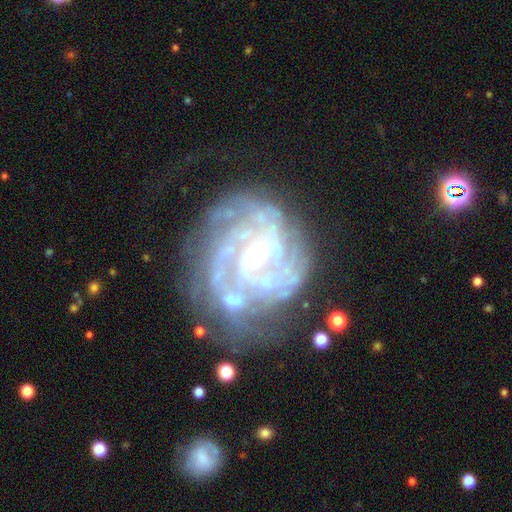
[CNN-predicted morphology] The model was most divided on "spiral arm count": can't tell: 27%, 4: 22%, 3: 20%, 2: 14%, more than 4: 11%, 1: 6%. More confident: edge-on disk — no (98%); spiral arms — yes (96%); smooth or featured — featured or disk (88%); bulge size — small (78%); spiral winding — tight (69%); bar — no (68%); merging — none (64%).